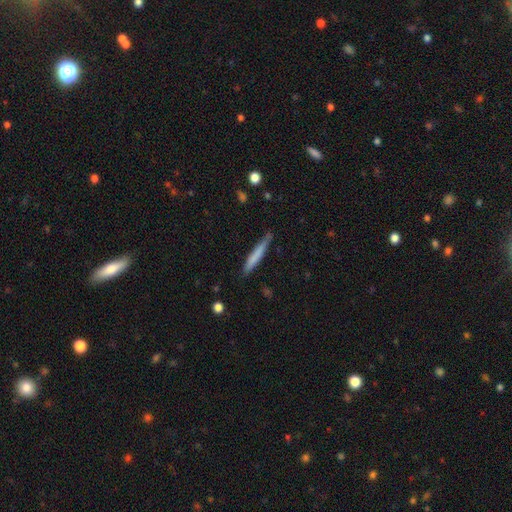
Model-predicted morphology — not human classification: A smooth galaxy with no disk features (70%) that is cigar-shaped (95%). Merging: none (79%).